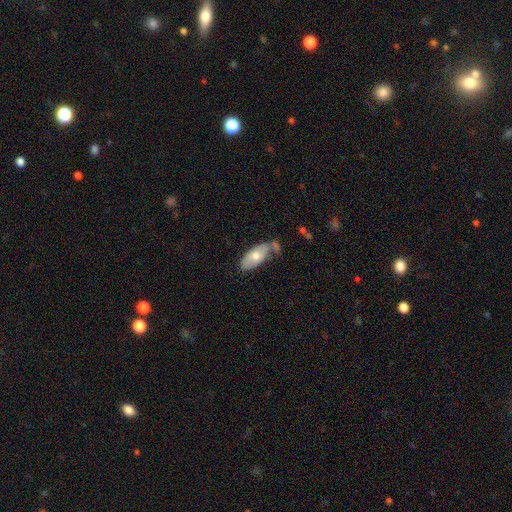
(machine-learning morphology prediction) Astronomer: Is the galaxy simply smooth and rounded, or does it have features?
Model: smooth — 65%.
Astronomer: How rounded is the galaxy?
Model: in between — 87%.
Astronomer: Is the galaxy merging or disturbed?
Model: none — 52%.